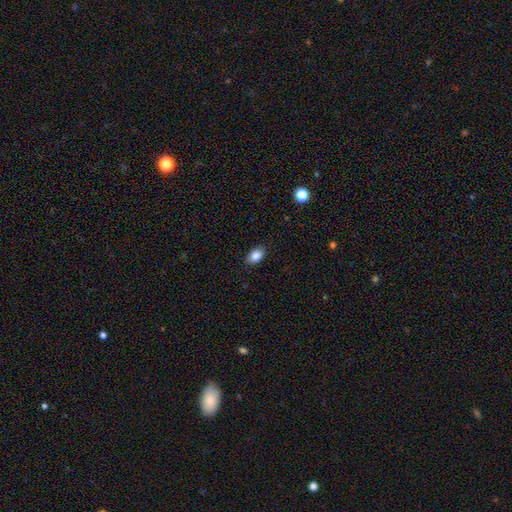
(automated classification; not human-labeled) Q: Smooth or featured?
A: smooth (87%); runner-up: star or artifact (8%)
Q: How rounded?
A: in between (89%); runner-up: round (9%)
Q: Merging?
A: none (87%); runner-up: minor disturbance (10%)